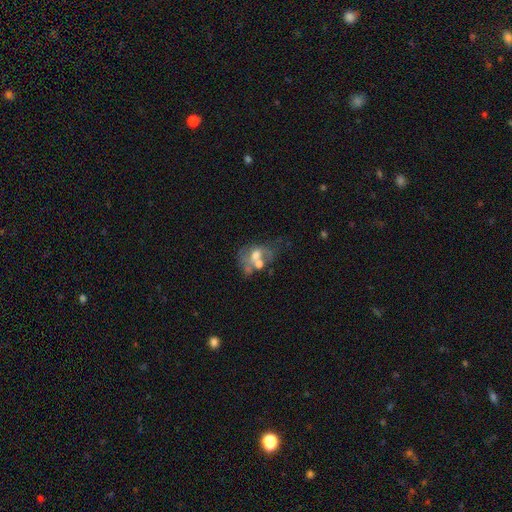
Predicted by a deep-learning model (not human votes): This appears to be a featured or disk galaxy (54%) with no bar (81%), no spiral arms (80%) and a moderate central bulge (55%). Merging: merger (43%).